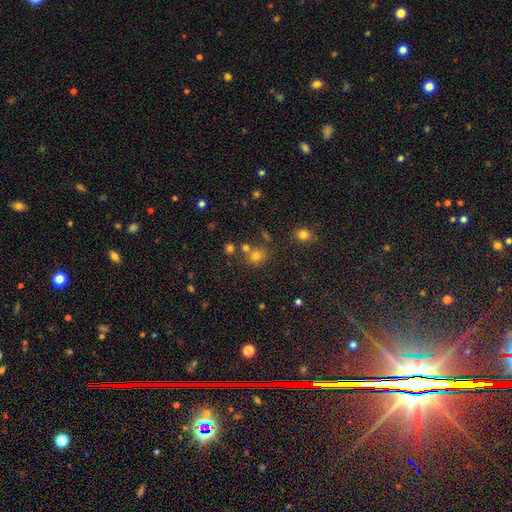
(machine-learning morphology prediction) Smooth or featured? Predicted: smooth (p=0.65). How rounded? Predicted: round (p=0.83). Merging? Predicted: none (p=0.66).